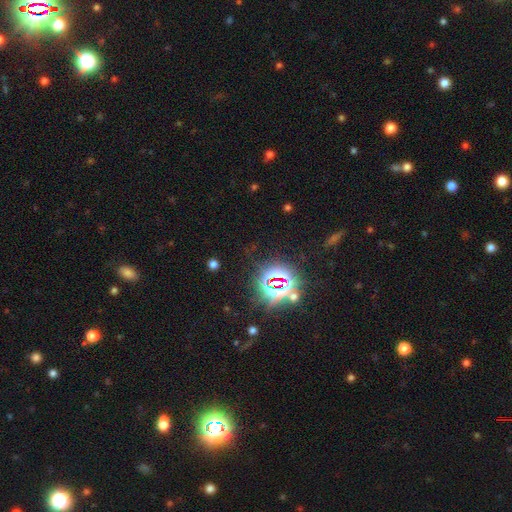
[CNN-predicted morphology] Overall: star or artifact (78%).